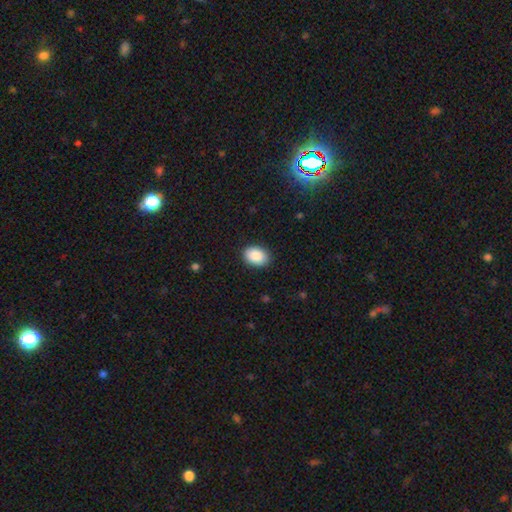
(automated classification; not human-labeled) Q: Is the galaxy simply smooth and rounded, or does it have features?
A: smooth — 89%.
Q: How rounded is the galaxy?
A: in between — 75%.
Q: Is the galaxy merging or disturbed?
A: none — 89%.